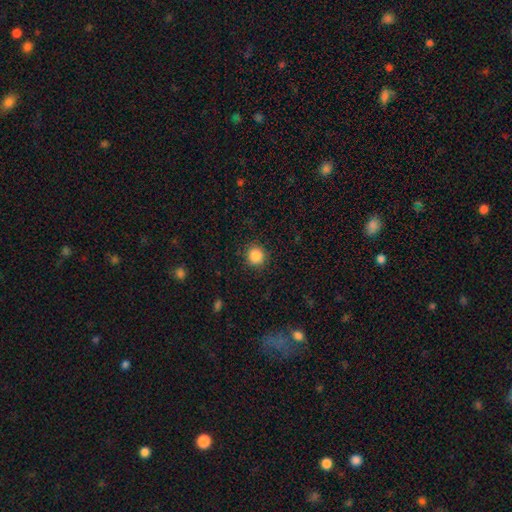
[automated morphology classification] This is clearly a smooth galaxy (86%). How rounded: clearly round (93%). Merging: clearly none (90%).